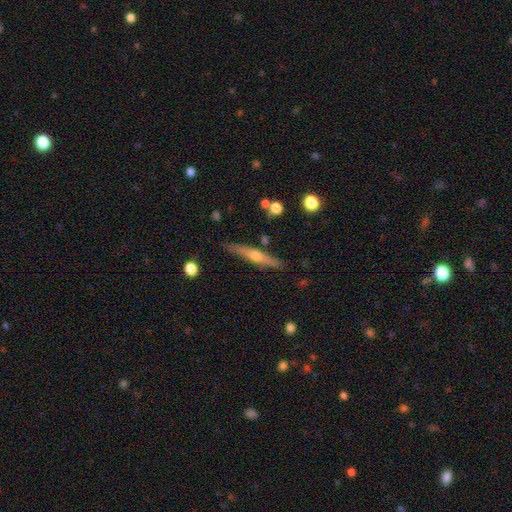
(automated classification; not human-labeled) Morphology: type=featured or disk (62%); edge-on=yes (96%); edge-on bulge=rounded (85%); merging=none (85%).